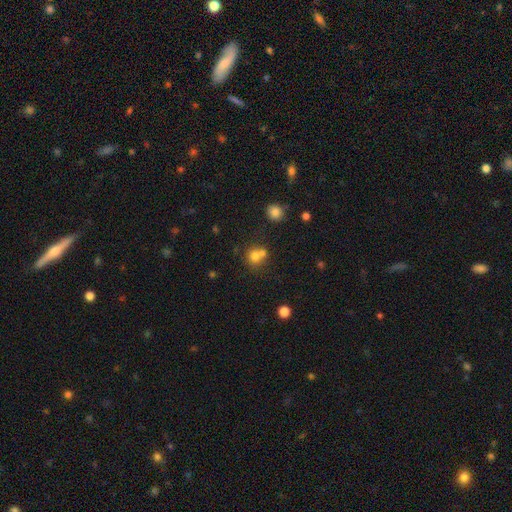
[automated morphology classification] Q: Smooth or featured?
A: smooth (73%); runner-up: star or artifact (15%)
Q: How rounded?
A: round (85%); runner-up: in between (14%)
Q: Merging?
A: none (45%); runner-up: merger (44%)